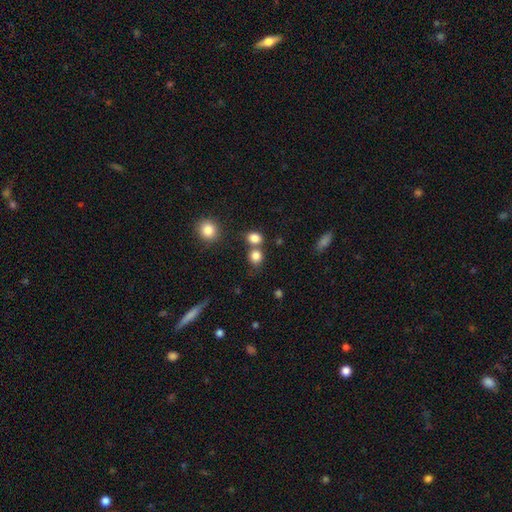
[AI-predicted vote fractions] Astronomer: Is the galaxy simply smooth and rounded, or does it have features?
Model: smooth — 82%.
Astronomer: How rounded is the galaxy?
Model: round — 70%.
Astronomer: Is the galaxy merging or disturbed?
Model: none — 56%.